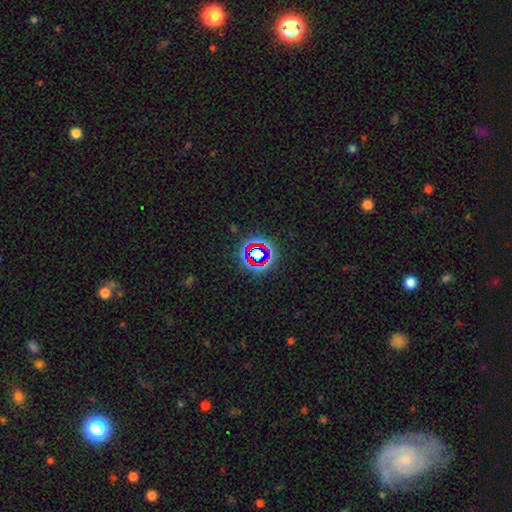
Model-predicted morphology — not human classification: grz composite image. It shows a star or artifact, not a galaxy (64%).